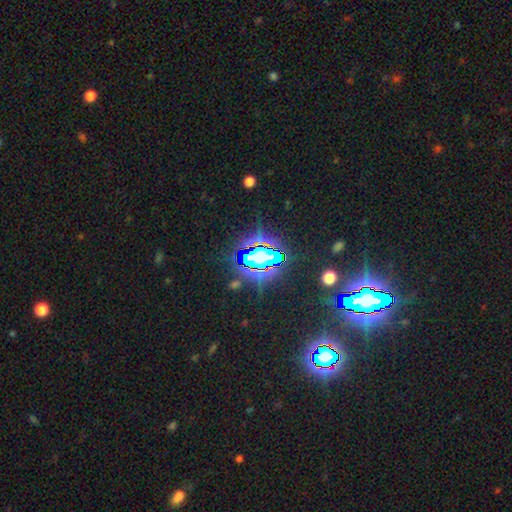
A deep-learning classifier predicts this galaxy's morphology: This appears to be a star or artifact, not a galaxy (84%).